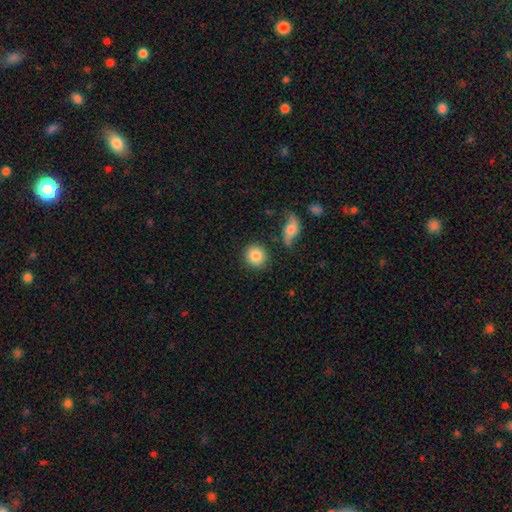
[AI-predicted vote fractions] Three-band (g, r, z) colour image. It shows a smooth galaxy with no disk features (84%) that is round (87%). Merging: none (84%).